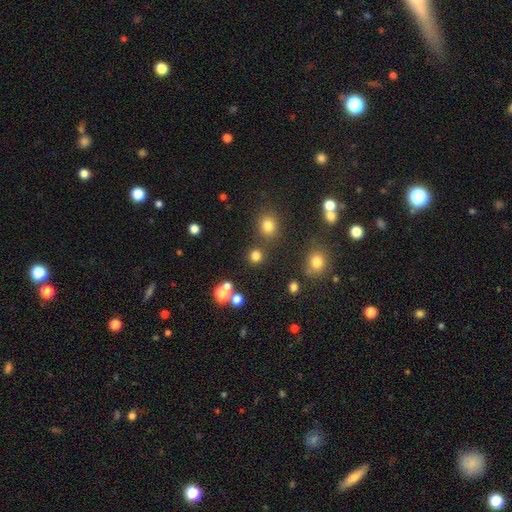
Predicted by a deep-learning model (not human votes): Smooth or featured?
  - smooth: 78% *
  - star or artifact: 17%
  - featured or disk: 5%
How rounded?
  - round: 92% *
  - in between: 7%
  - cigar-shaped: 1%
Merging?
  - none: 83% *
  - merger: 8%
  - minor disturbance: 6%
  - major disturbance: 3%